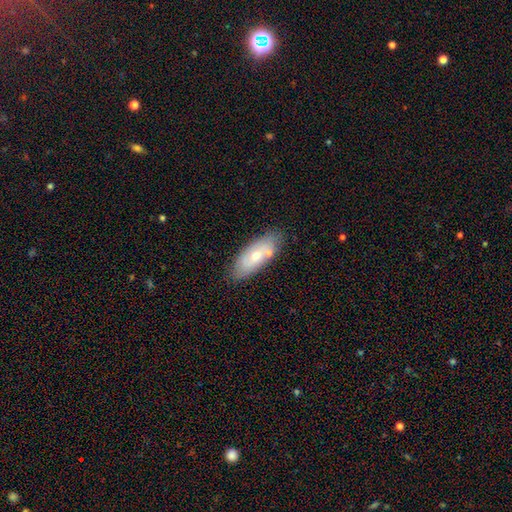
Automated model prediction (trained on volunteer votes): smooth_or_featured: smooth (p=0.55) [alt: featured or disk p=0.38]
how_rounded: in between (p=0.76) [alt: cigar-shaped p=0.21]
merging: none (p=0.74) [alt: minor disturbance p=0.14]